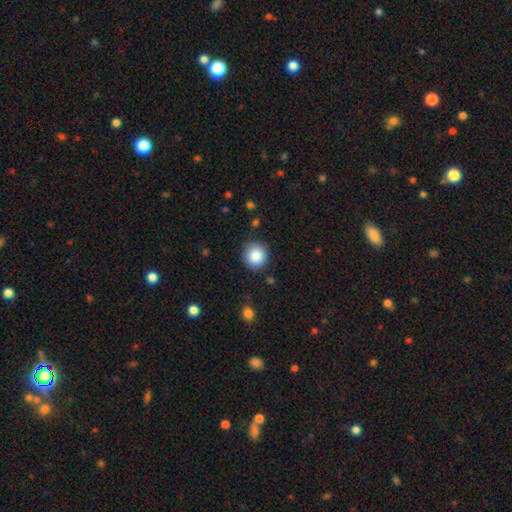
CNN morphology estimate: This is clearly a smooth galaxy (86%). How rounded: clearly round (90%). Merging: clearly none (87%).